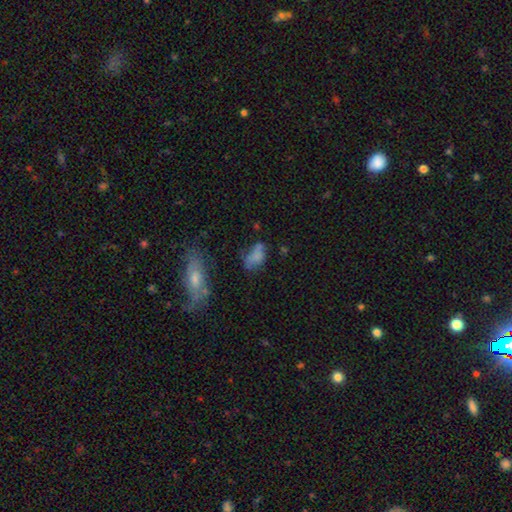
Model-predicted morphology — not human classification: This appears to be a smooth galaxy with no disk features (67%) that is in between round and cigar-shaped (84%). Merging: none (37%).